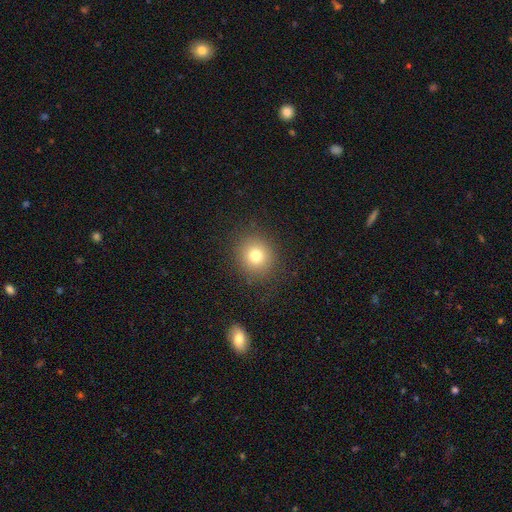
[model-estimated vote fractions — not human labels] This appears to be a smooth galaxy with no disk features (77%) that is round (86%). Merging: none (87%).